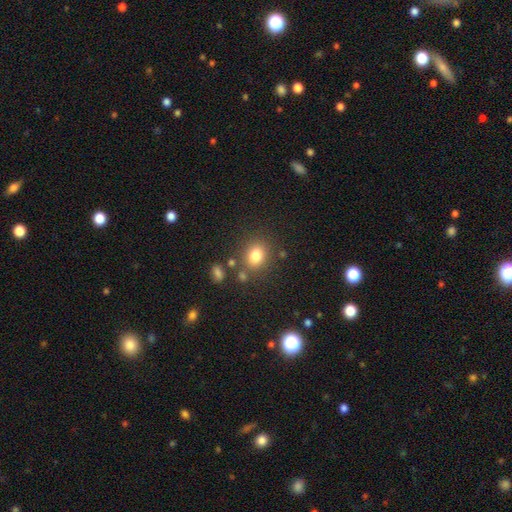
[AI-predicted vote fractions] Q: Smooth or featured?
A: smooth (80%); runner-up: star or artifact (12%)
Q: How rounded?
A: round (56%); runner-up: in between (43%)
Q: Merging?
A: none (77%); runner-up: minor disturbance (11%)